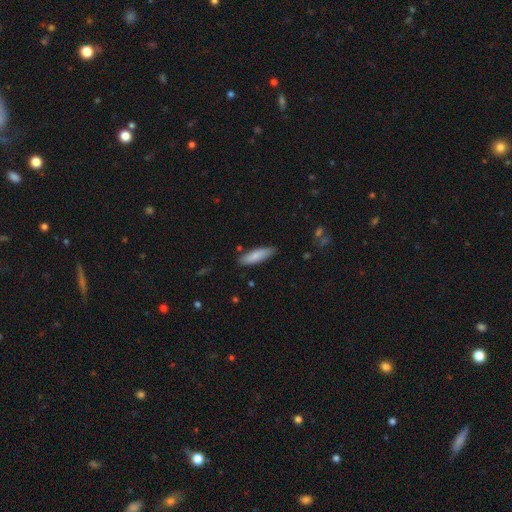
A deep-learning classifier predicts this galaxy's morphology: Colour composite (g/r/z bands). It shows a smooth galaxy with no disk features (81%) that is cigar-shaped (58%). Merging: none (82%).